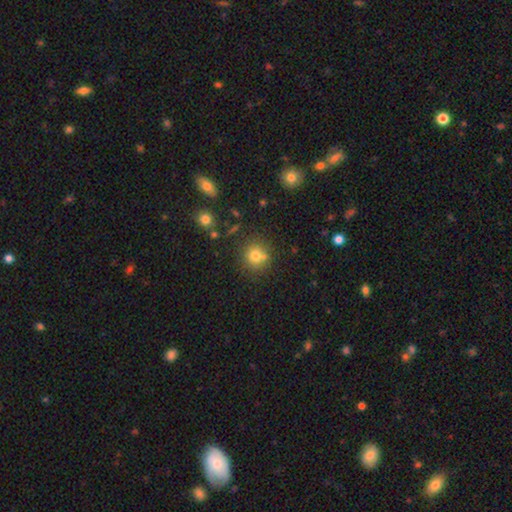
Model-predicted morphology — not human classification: smooth-or-featured: smooth: 75% | star or artifact: 15% | featured or disk: 10%
  how-rounded: round: 89% | in between: 10% | cigar-shaped: 1%
  merging: none: 71% | merger: 16% | minor disturbance: 10% | major disturbance: 4%